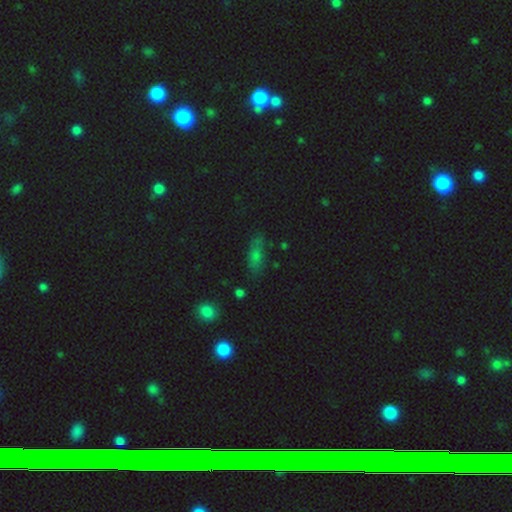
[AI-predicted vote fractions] Smooth or featured?
  - smooth: 59% *
  - star or artifact: 24%
  - featured or disk: 17%
How rounded?
  - in between: 63% *
  - cigar-shaped: 29%
  - round: 8%
Merging?
  - none: 74% *
  - minor disturbance: 17%
  - major disturbance: 6%
  - merger: 3%